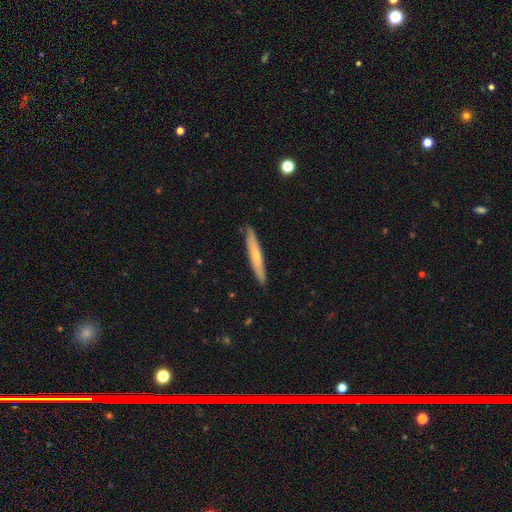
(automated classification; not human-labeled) Smooth or featured: smooth — 55% (featured or disk — 40%)
How rounded: cigar-shaped — 94% (in between — 4%)
Merging: none — 89% (minor disturbance — 9%)